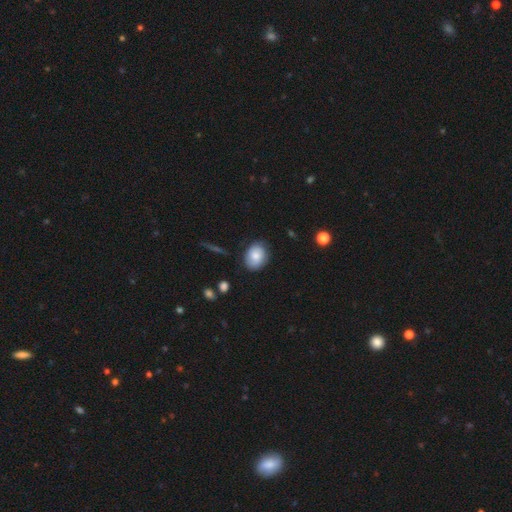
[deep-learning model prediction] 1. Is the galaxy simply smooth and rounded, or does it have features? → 77% smooth, 16% featured or disk, 8% star or artifact.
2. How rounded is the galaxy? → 62% in between, 37% round, 1% cigar-shaped.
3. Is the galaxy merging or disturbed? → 79% none, 16% minor disturbance, 4% major disturbance, 2% merger.